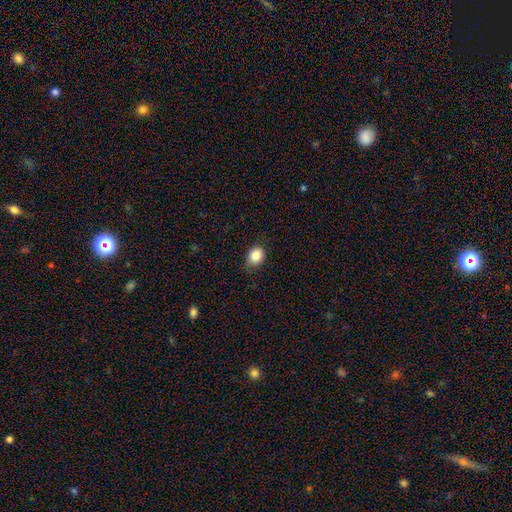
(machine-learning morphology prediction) This is clearly a smooth galaxy (85%). How rounded: possibly in between (51%). Merging: likely none (78%).